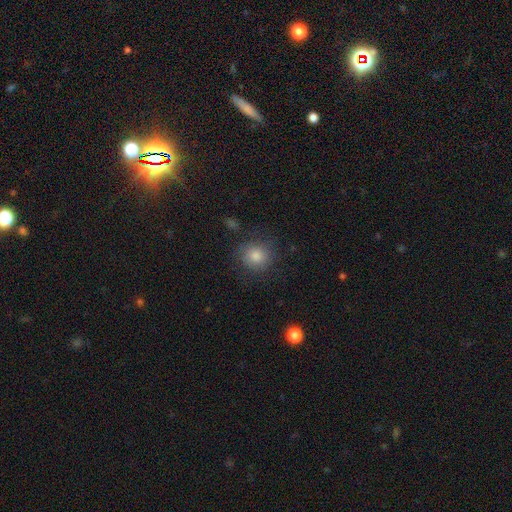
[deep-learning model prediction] smooth 76%, star or artifact 14%, featured or disk 10%. Down the decision tree: how rounded — round (88%); merging — none (81%).